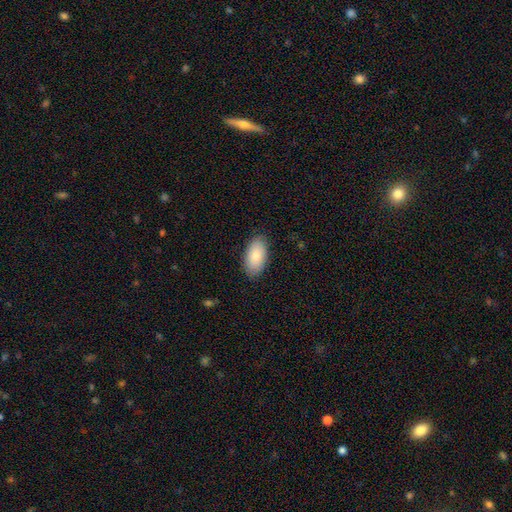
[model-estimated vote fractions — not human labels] smooth_or_featured: smooth (p=0.84) [alt: featured or disk p=0.10]
how_rounded: in between (p=0.95) [alt: round p=0.03]
merging: none (p=0.86) [alt: minor disturbance p=0.11]